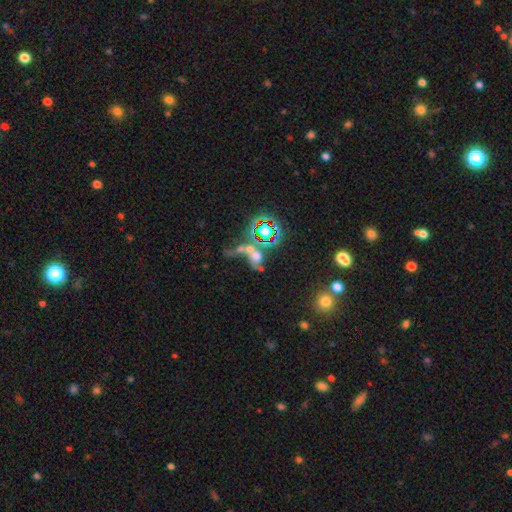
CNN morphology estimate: Smooth or featured?
  - smooth: 39% *
  - star or artifact: 37%
  - featured or disk: 24%
Merging?
  - merger: 51% *
  - none: 24%
  - major disturbance: 16%
  - minor disturbance: 10%